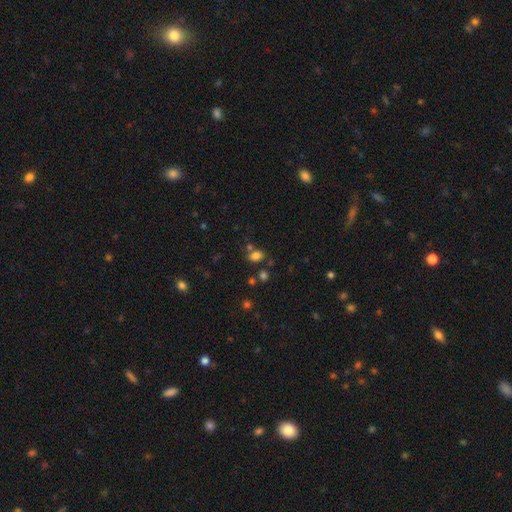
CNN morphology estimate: smooth 77%, star or artifact 17%, featured or disk 7%. Down the decision tree: how rounded — in between (70%); merging — none (66%).